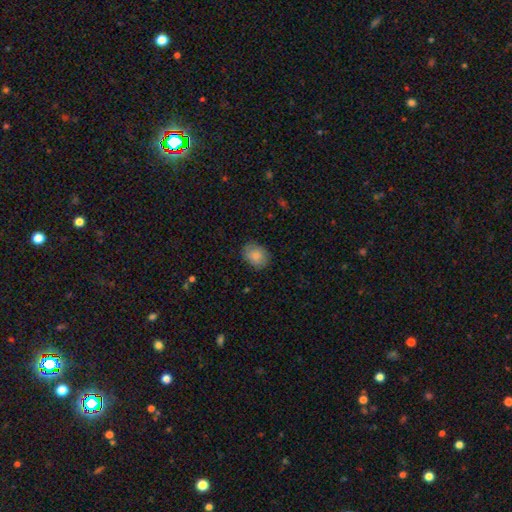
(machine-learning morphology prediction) This appears to be a smooth galaxy with no disk features (86%) that is in between round and cigar-shaped (59%). Merging: none (81%).